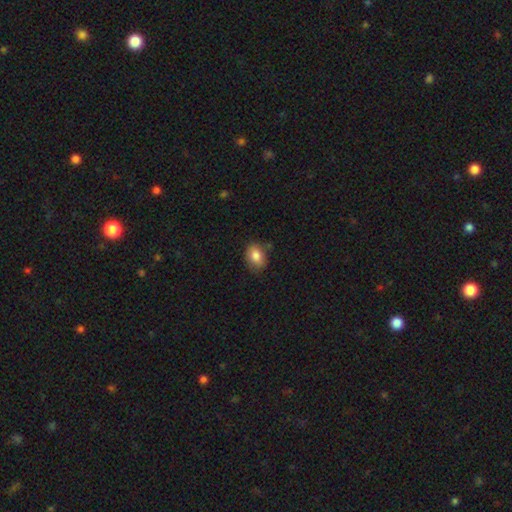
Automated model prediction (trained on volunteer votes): smooth_or_featured: smooth (p=0.82) [alt: featured or disk p=0.10]
how_rounded: in between (p=0.70) [alt: round p=0.29]
merging: none (p=0.74) [alt: minor disturbance p=0.20]